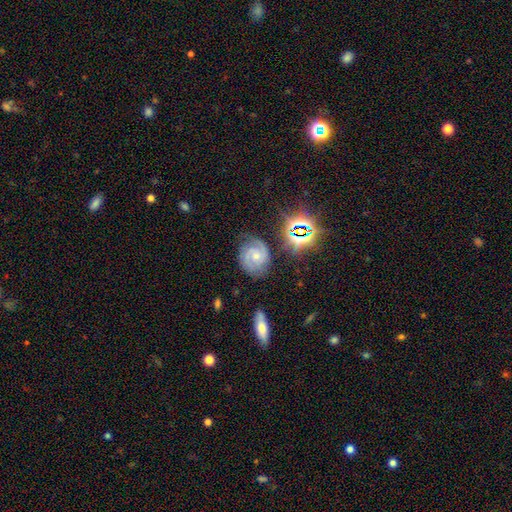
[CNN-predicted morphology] A featured or disk galaxy (81%) with no bar (63%), 2 (72%) tight (59%) spiral arms (97%) and a small central bulge (58%). Merging: none (73%).